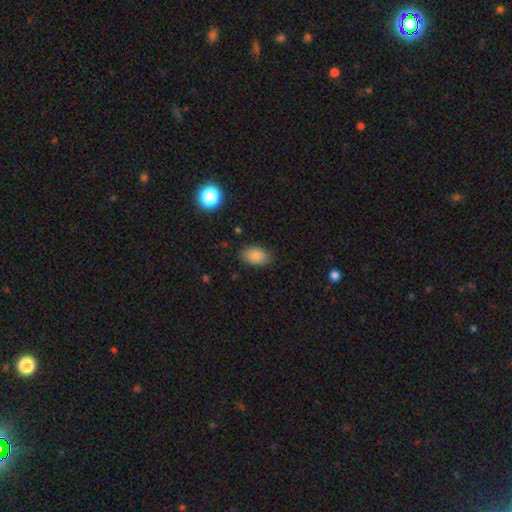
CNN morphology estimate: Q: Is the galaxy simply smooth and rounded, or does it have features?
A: smooth — 86%.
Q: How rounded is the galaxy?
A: in between — 90%.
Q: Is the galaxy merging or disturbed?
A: none — 83%.